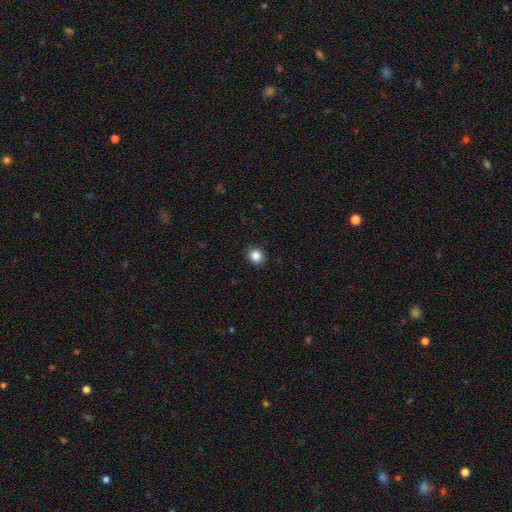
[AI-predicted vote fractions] Smooth or featured: smooth — 86% (star or artifact — 10%)
How rounded: round — 86% (in between — 13%)
Merging: none — 91% (minor disturbance — 6%)